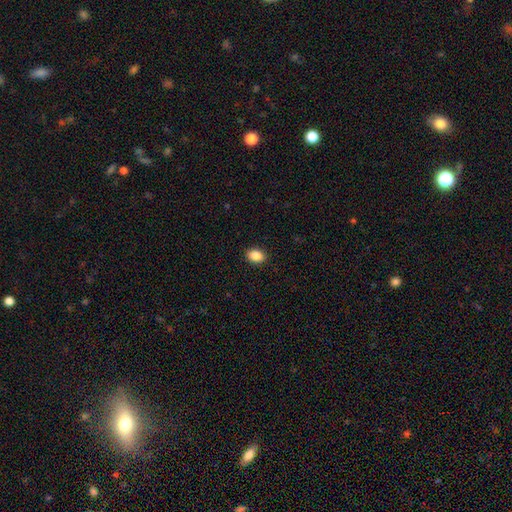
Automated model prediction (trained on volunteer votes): Smooth or featured? smooth (88%)
How rounded? in between (74%)
Merging? none (91%)